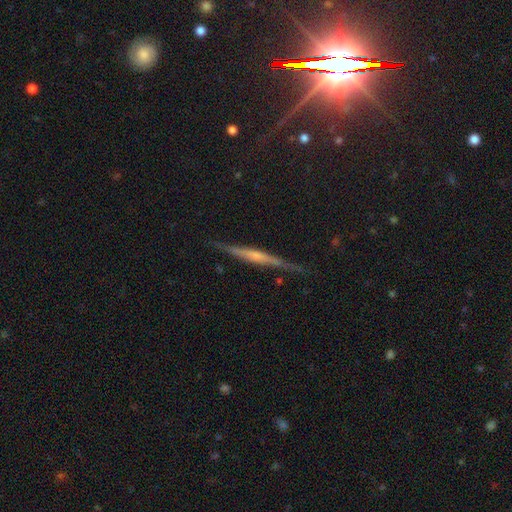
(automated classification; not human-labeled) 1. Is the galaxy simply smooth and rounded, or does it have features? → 70% featured or disk, 17% star or artifact, 14% smooth.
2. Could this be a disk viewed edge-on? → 95% yes, 5% no.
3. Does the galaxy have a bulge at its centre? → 68% rounded, 20% none, 12% boxy.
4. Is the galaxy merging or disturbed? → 82% none, 13% minor disturbance, 3% major disturbance, 2% merger.